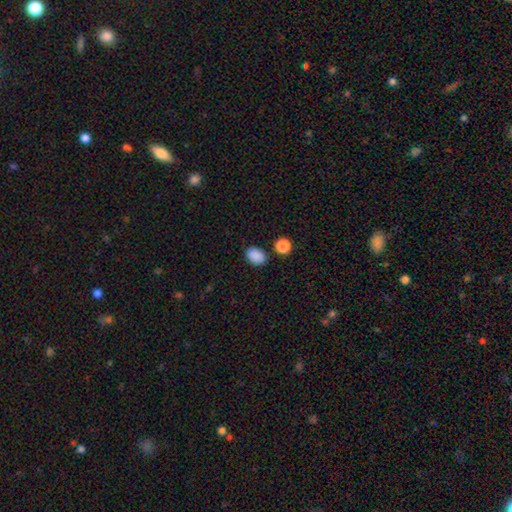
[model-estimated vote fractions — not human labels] This appears to be a smooth galaxy with no disk features (88%) that is in between round and cigar-shaped (78%). Merging: none (83%).